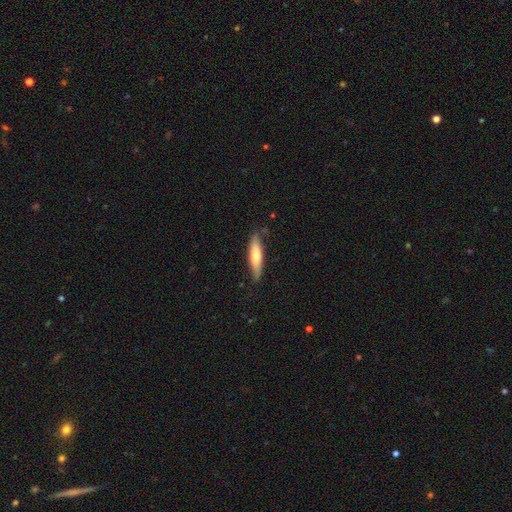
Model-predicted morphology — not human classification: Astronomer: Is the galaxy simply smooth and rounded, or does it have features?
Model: smooth — 62%.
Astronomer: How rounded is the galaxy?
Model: cigar-shaped — 73%.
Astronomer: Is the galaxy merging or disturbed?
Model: none — 77%.